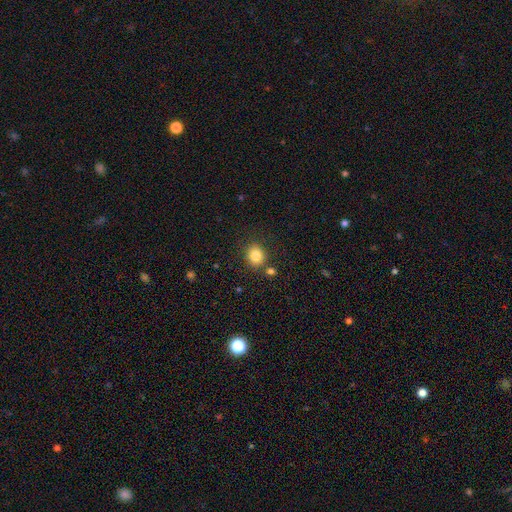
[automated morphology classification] This appears to be a smooth galaxy with no disk features (84%) that is round (70%). Merging: none (79%).